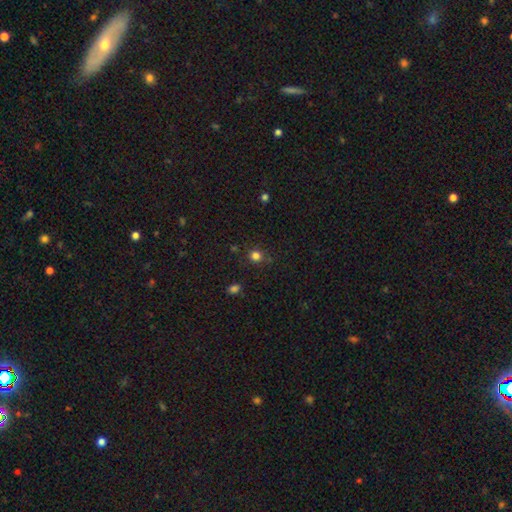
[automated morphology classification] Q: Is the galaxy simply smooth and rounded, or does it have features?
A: smooth — 79%.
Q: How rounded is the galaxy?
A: round — 90%.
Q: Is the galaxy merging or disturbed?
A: none — 83%.